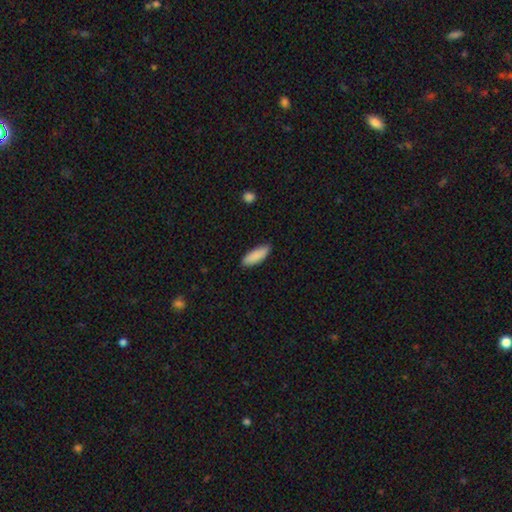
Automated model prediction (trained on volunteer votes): A smooth galaxy with no disk features (89%) that is in between round and cigar-shaped (66%). Merging: none (85%).